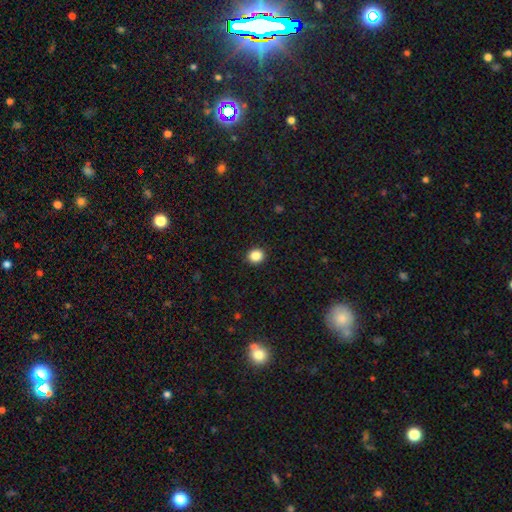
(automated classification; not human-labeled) Smooth or featured? Predicted: smooth (p=0.86). How rounded? Predicted: round (p=0.83). Merging? Predicted: none (p=0.92).